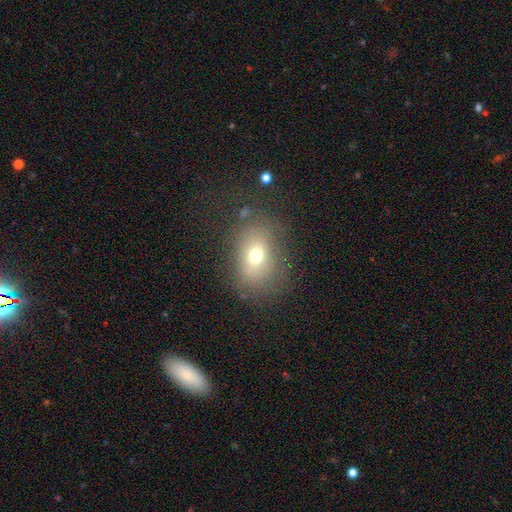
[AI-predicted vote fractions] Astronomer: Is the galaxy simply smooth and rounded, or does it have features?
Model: smooth — 67%.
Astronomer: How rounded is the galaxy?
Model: in between — 65%.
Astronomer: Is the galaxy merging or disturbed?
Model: none — 71%.